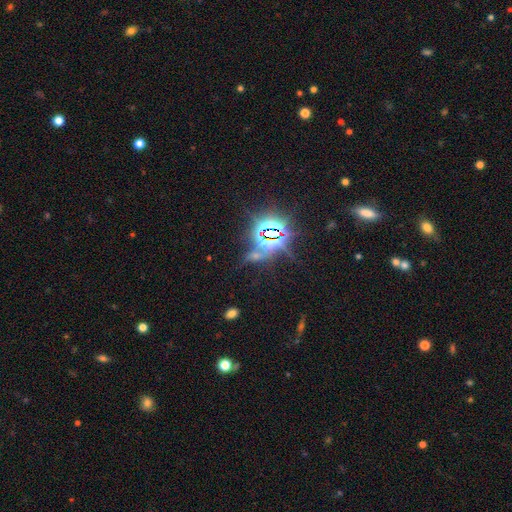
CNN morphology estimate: Smooth or featured? star or artifact (79%)